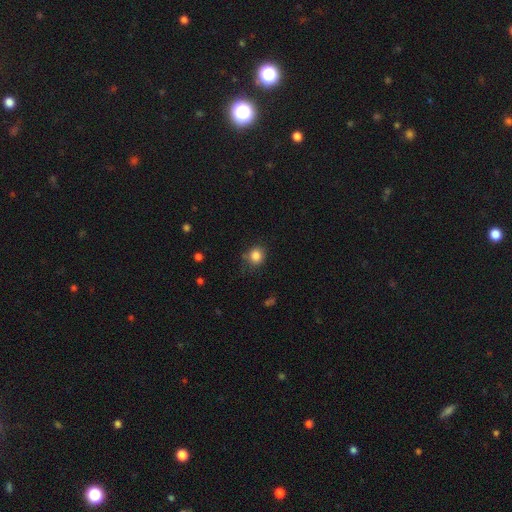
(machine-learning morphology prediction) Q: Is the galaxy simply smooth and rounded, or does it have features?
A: smooth — 85%.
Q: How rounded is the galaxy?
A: round — 79%.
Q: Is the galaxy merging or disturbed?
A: none — 73%.